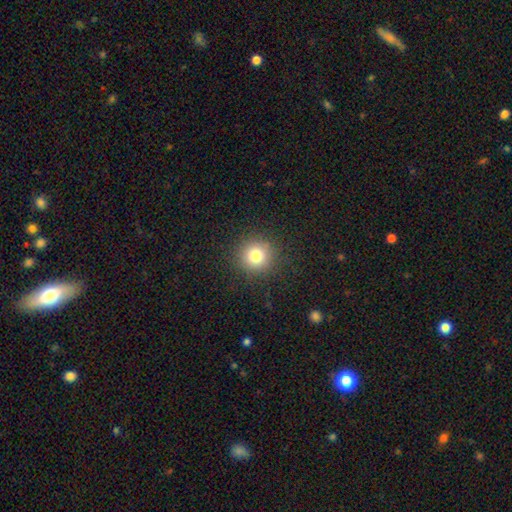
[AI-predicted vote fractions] Overall: smooth (79%). How rounded: round (94%). Merging: none (90%).